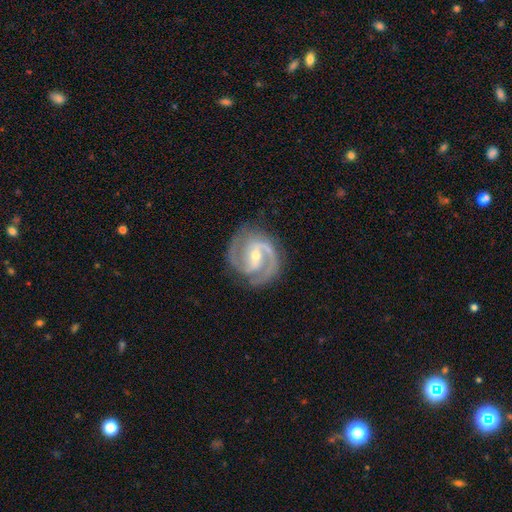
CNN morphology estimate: A featured or disk galaxy (93%) with a weak bar (42%), 2 (89%) medium (58%) spiral arms (98%) and a small central bulge (56%). Merging: none (81%).